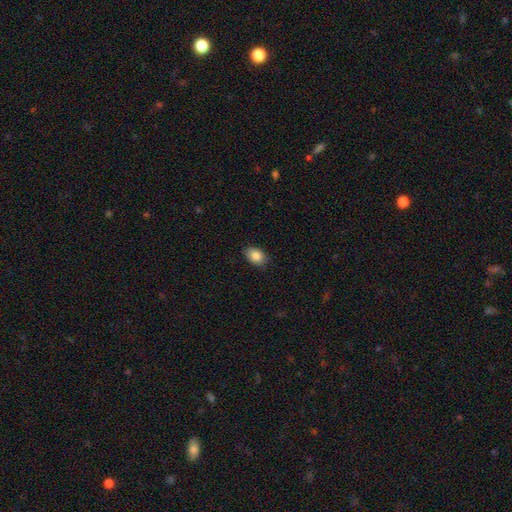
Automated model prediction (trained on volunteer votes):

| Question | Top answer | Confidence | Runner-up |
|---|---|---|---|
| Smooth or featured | smooth | 86% | star or artifact (8%) |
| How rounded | in between | 81% | round (17%) |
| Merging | none | 87% | minor disturbance (10%) |